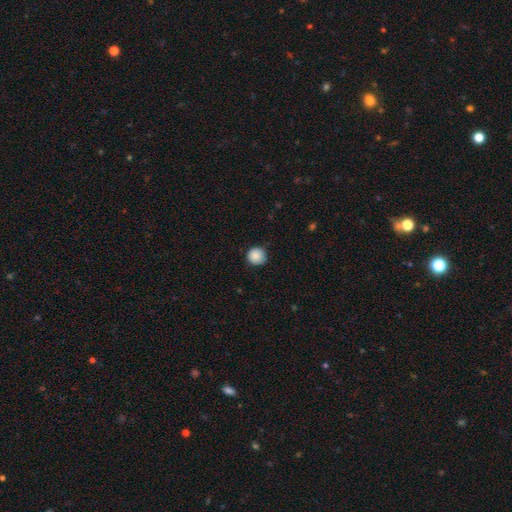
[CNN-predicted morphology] smooth-or-featured: smooth: 88% | star or artifact: 9% | featured or disk: 4%
  how-rounded: round: 93% | in between: 6% | cigar-shaped: 1%
  merging: none: 85% | minor disturbance: 12% | major disturbance: 2% | merger: 1%